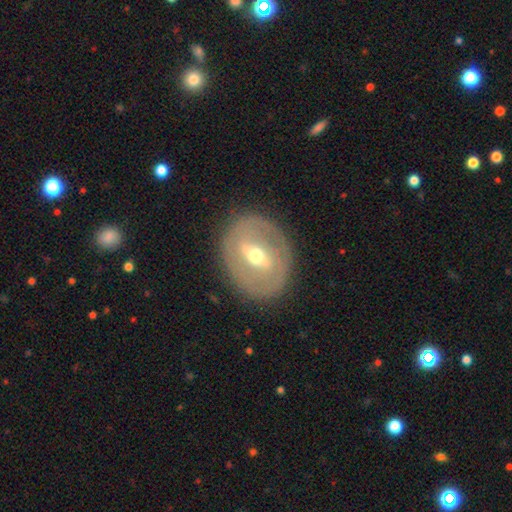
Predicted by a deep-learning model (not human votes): Smooth or featured: featured or disk — 68% (smooth — 26%)
Edge-on disk: no — 91% (yes — 9%)
Bar: strong — 43% (weak — 39%)
Spiral arms: no — 66% (yes — 34%)
Bulge size: moderate — 66% (small — 28%)
Merging: none — 84% (minor disturbance — 11%)